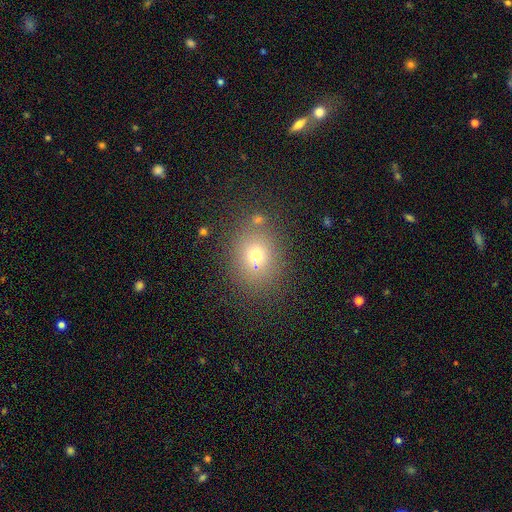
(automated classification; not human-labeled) smooth-or-featured: smooth: 71% | star or artifact: 16% | featured or disk: 12%
  how-rounded: round: 60% | in between: 39% | cigar-shaped: 1%
  merging: none: 75% | minor disturbance: 12% | merger: 9% | major disturbance: 5%